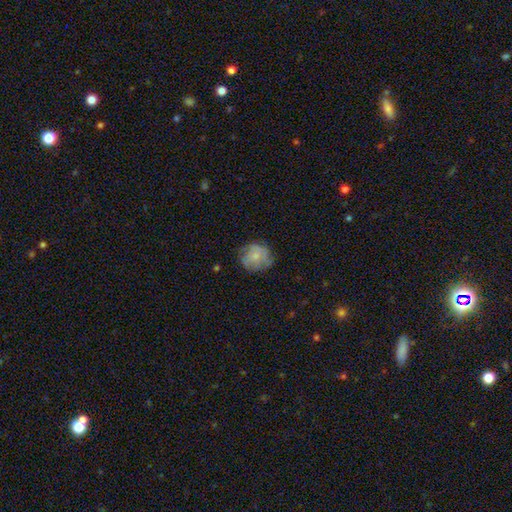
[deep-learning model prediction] smooth 55%, featured or disk 37%, star or artifact 9%. Down the decision tree: how rounded — round (81%); merging — none (67%).